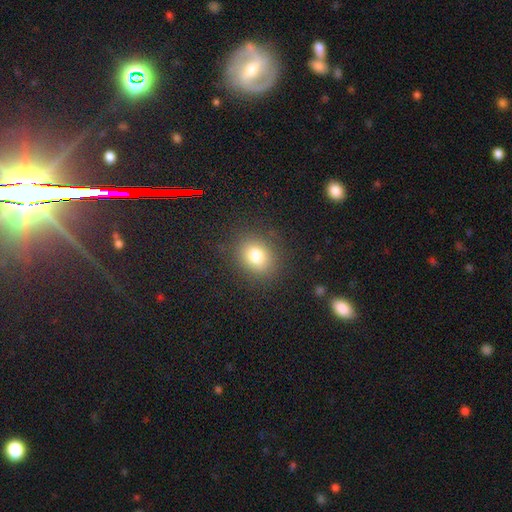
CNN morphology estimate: A smooth galaxy with no disk features (79%) that is round (63%). Merging: none (86%).